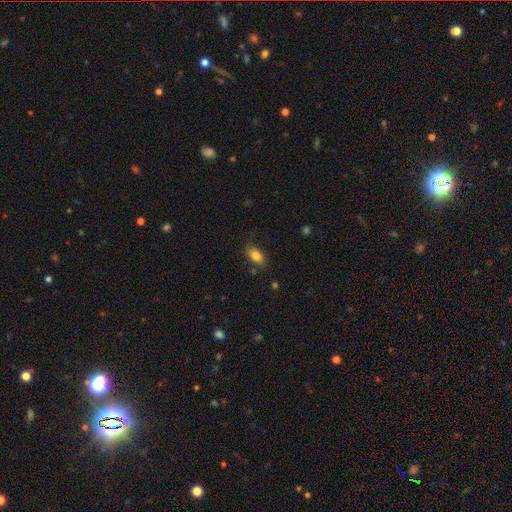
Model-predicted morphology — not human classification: smooth 82%, featured or disk 10%, star or artifact 8%. Down the decision tree: how rounded — in between (90%); merging — none (75%).